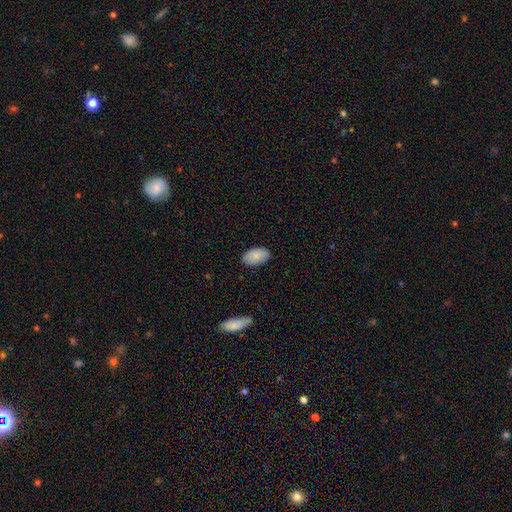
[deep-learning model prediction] Q: Smooth or featured?
A: smooth (86%); runner-up: featured or disk (8%)
Q: How rounded?
A: in between (94%); runner-up: round (4%)
Q: Merging?
A: none (85%); runner-up: minor disturbance (11%)